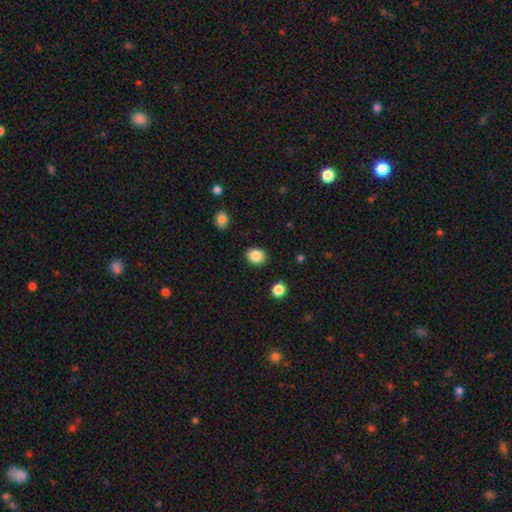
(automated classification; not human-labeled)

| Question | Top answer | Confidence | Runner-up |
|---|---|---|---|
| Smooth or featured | smooth | 87% | star or artifact (9%) |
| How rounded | round | 53% | in between (46%) |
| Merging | none | 88% | minor disturbance (8%) |